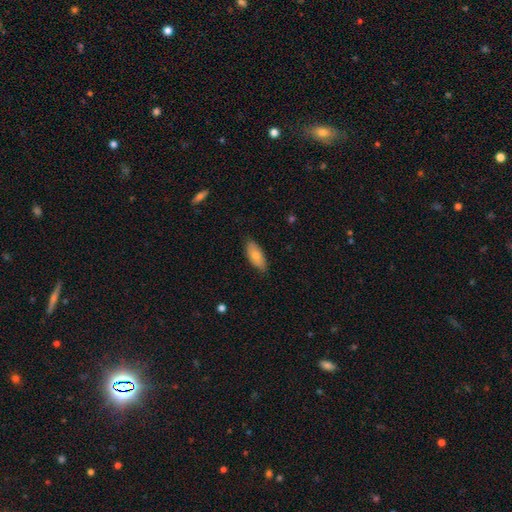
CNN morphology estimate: The model was most divided on "merging": none: 79%, minor disturbance: 17%, major disturbance: 3%, merger: 1%. More confident: how rounded — in between (84%); smooth or featured — smooth (79%).